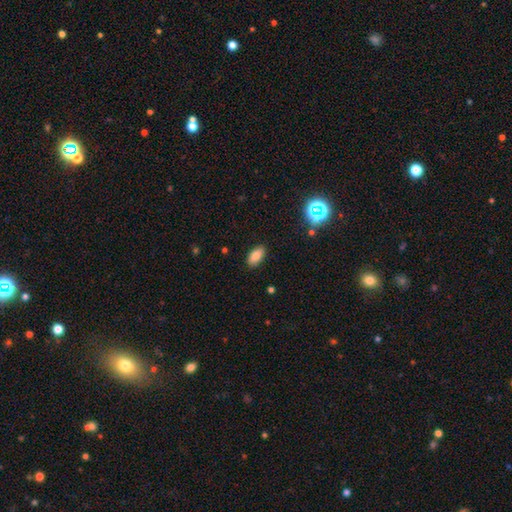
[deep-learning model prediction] smooth-or-featured: smooth: 83% | star or artifact: 10% | featured or disk: 7%
  how-rounded: in between: 91% | cigar-shaped: 6% | round: 3%
  merging: none: 88% | minor disturbance: 9% | major disturbance: 2% | merger: 1%